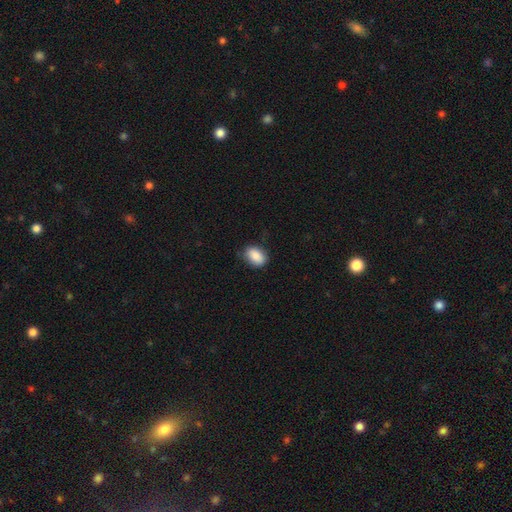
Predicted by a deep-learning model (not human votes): Q: Smooth or featured?
A: smooth (87%); runner-up: star or artifact (7%)
Q: How rounded?
A: in between (83%); runner-up: round (15%)
Q: Merging?
A: none (78%); runner-up: minor disturbance (18%)